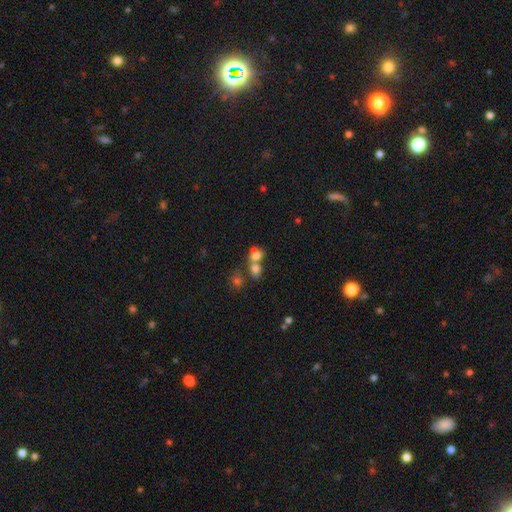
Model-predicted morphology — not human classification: smooth_or_featured: smooth (p=0.69) [alt: featured or disk p=0.16]
how_rounded: in between (p=0.54) [alt: round p=0.44]
merging: merger (p=0.59) [alt: none p=0.26]